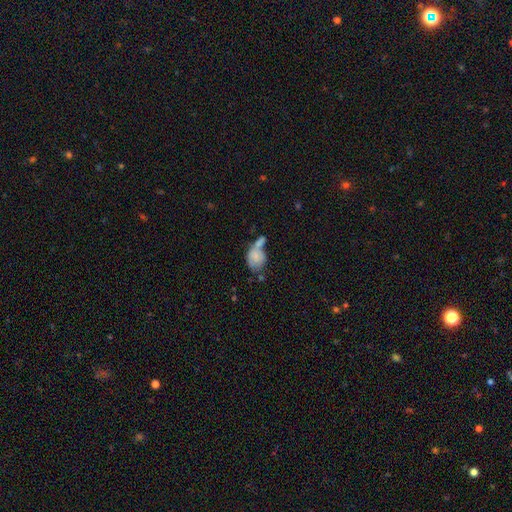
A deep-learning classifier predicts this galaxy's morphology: Smooth or featured? Predicted: smooth (p=0.74). How rounded? Predicted: in between (p=0.68). Merging? Predicted: merger (p=0.49).